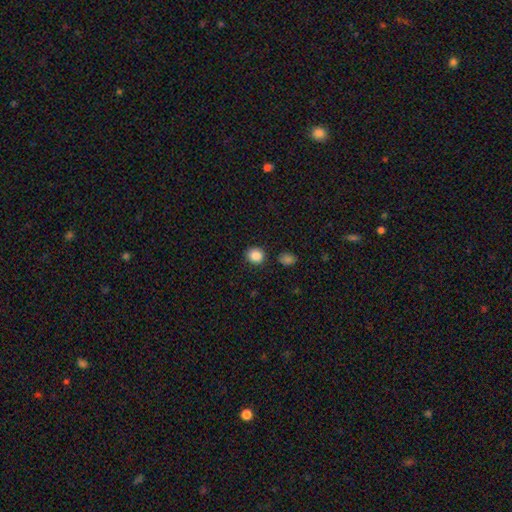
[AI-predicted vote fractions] A smooth galaxy with no disk features (87%) that is round (76%).

Vote fractions:
- Smooth or featured? smooth: 87% / star or artifact: 10% / featured or disk: 4%
- How rounded? round: 76% / in between: 23% / cigar-shaped: 1%
- Merging? none: 86% / minor disturbance: 8% / merger: 3% / major disturbance: 2%